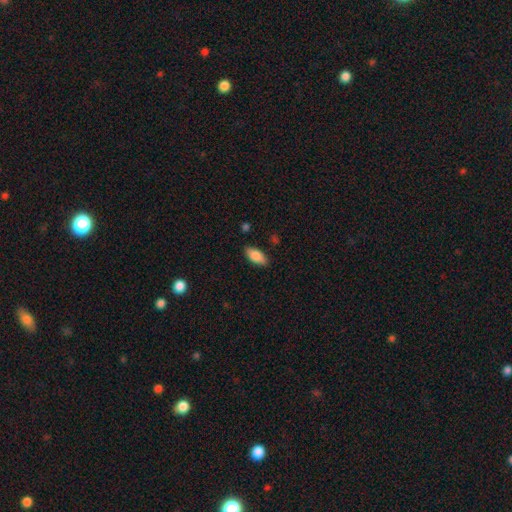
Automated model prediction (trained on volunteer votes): smooth-or-featured: smooth: 84% | featured or disk: 9% | star or artifact: 7%
  how-rounded: in between: 89% | cigar-shaped: 8% | round: 2%
  merging: none: 85% | minor disturbance: 11% | major disturbance: 2% | merger: 2%